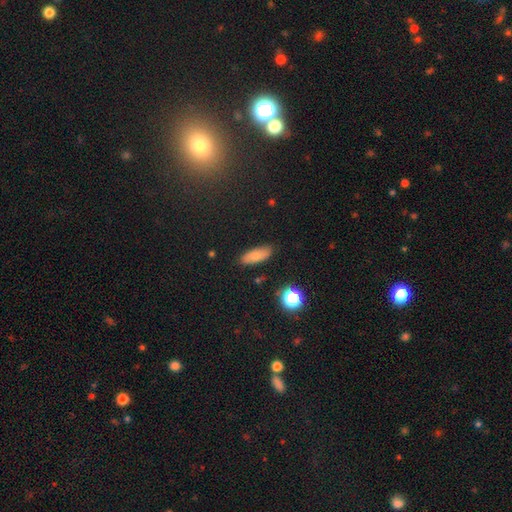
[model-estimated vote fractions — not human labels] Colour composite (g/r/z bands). It shows a smooth galaxy with no disk features (78%) that is in between round and cigar-shaped (73%). Merging: none (85%).